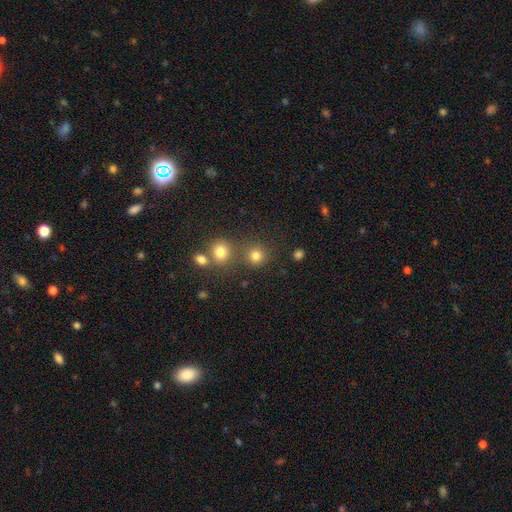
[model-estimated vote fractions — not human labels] This appears to be a smooth galaxy with no disk features (79%) that is round (90%). Merging: none (71%).